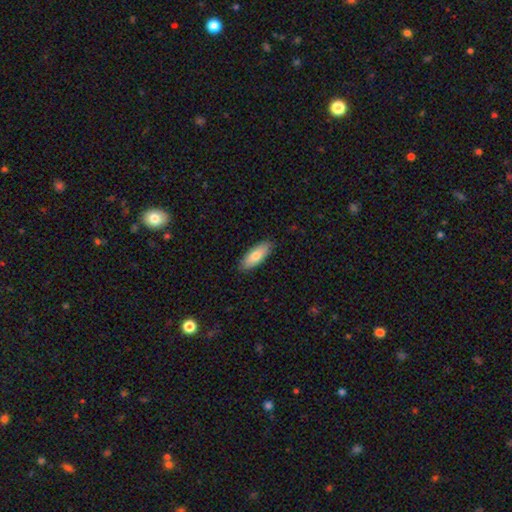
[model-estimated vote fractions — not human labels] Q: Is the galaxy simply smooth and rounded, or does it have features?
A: smooth — 78%.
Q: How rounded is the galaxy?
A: in between — 74%.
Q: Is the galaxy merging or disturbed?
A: none — 88%.